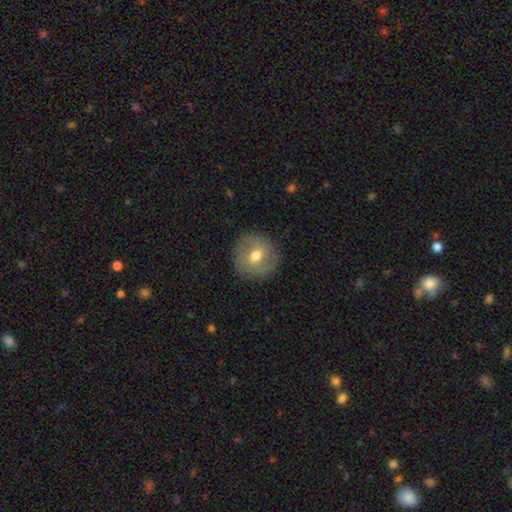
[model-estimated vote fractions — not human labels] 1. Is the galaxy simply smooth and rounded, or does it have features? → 53% smooth, 40% featured or disk, 7% star or artifact.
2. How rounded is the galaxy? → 90% round, 9% in between, 1% cigar-shaped.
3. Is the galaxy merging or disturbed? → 86% none, 10% minor disturbance, 3% major disturbance, 1% merger.